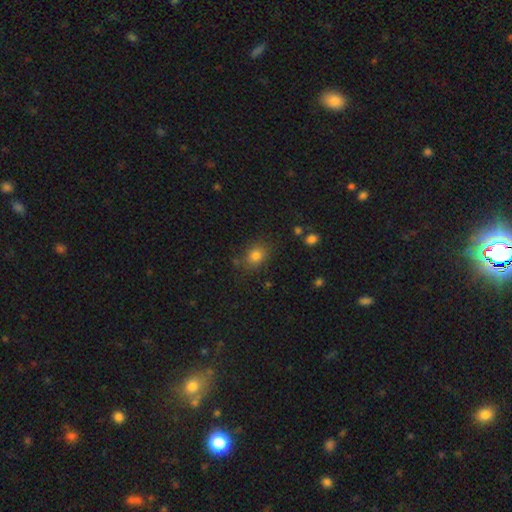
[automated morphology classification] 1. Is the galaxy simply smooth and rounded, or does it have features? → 81% smooth, 12% star or artifact, 7% featured or disk.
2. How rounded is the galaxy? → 53% in between, 46% round, 1% cigar-shaped.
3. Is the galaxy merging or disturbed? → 77% none, 14% minor disturbance, 5% major disturbance, 4% merger.